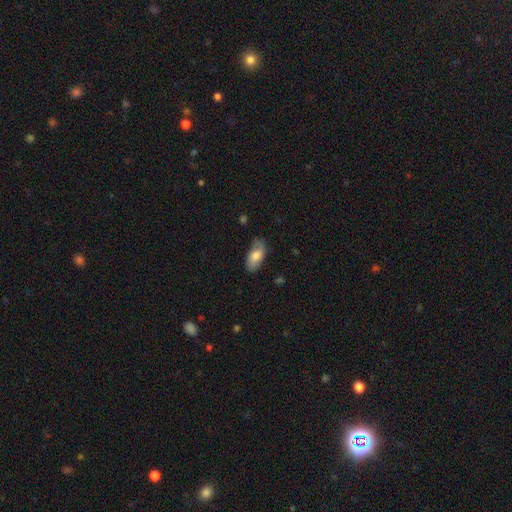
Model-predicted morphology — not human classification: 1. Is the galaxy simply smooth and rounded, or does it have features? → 70% smooth, 23% featured or disk, 6% star or artifact.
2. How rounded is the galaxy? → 92% in between, 5% cigar-shaped, 3% round.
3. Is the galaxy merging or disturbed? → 71% none, 23% minor disturbance, 5% major disturbance, 2% merger.